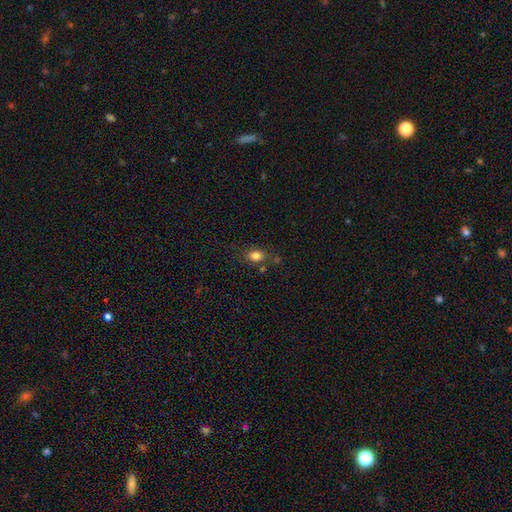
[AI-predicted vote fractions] This is clearly a smooth galaxy (81%). How rounded: likely in between (66%). Merging: likely none (71%).